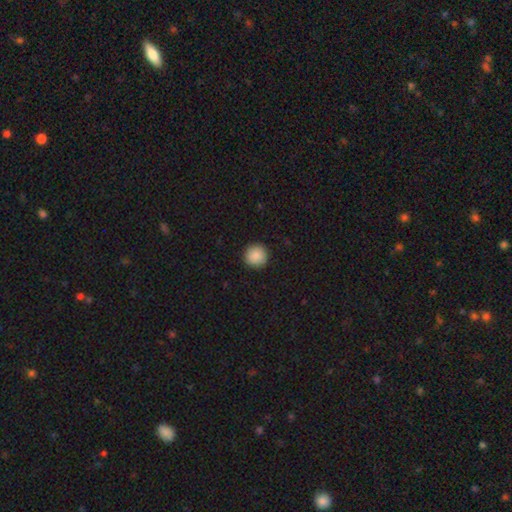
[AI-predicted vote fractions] smooth_or_featured: smooth (p=0.89) [alt: star or artifact p=0.08]
how_rounded: round (p=0.95) [alt: in between p=0.04]
merging: none (p=0.92) [alt: minor disturbance p=0.05]